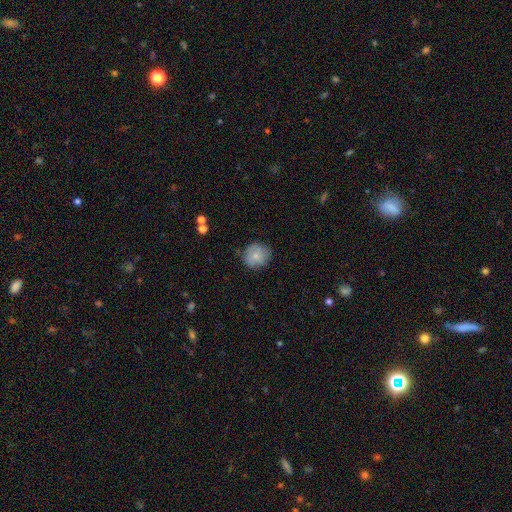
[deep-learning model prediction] Smooth or featured: smooth — 73% (featured or disk — 19%)
How rounded: round — 89% (in between — 10%)
Merging: none — 77% (minor disturbance — 18%)